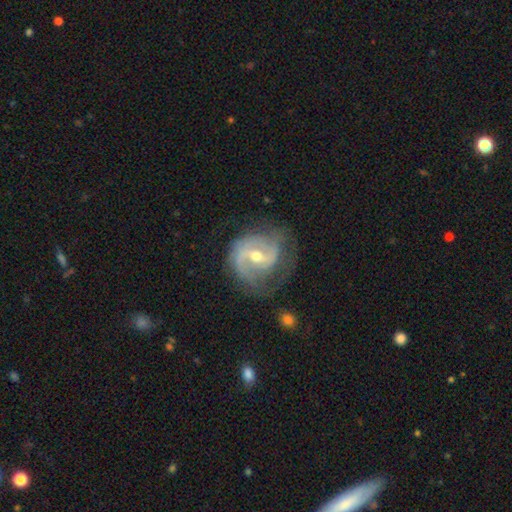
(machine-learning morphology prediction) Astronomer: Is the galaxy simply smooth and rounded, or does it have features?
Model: featured or disk — 85%.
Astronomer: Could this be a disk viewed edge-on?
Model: no — 97%.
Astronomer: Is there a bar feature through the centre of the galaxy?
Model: weak — 50% (runner-up: strong, 27%).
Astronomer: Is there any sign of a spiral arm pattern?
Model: yes — 94%.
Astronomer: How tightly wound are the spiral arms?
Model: medium — 47% (runner-up: tight, 29%).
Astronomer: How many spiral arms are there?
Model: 2 — 69%.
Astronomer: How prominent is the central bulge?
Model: moderate — 57% (runner-up: small, 40%).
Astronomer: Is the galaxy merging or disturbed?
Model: none — 62%.